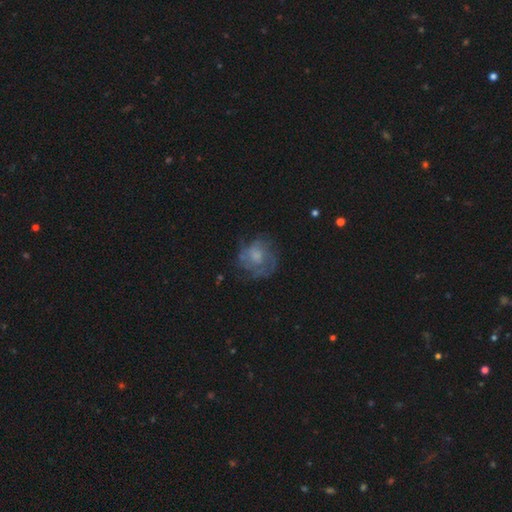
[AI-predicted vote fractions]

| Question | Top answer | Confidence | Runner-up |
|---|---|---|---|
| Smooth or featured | featured or disk | 54% | smooth (36%) |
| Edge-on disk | no | 98% | yes (2%) |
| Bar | no | 80% | weak (18%) |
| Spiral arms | yes | 61% | no (39%) |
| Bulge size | moderate | 42% | small (29%) |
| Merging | none | 59% | minor disturbance (21%) |